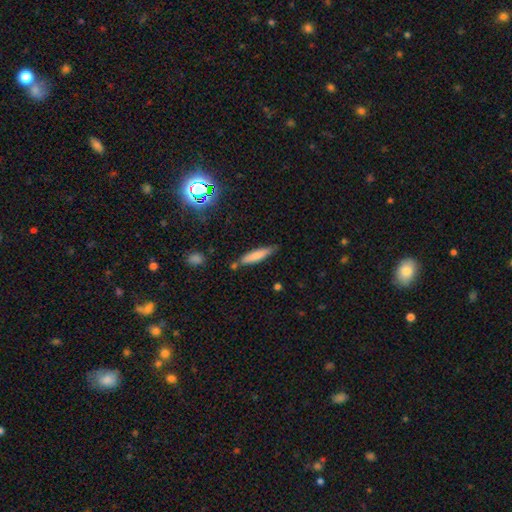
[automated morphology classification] Smooth or featured: smooth — 74% (featured or disk — 19%)
How rounded: cigar-shaped — 84% (in between — 15%)
Merging: none — 74% (minor disturbance — 16%)